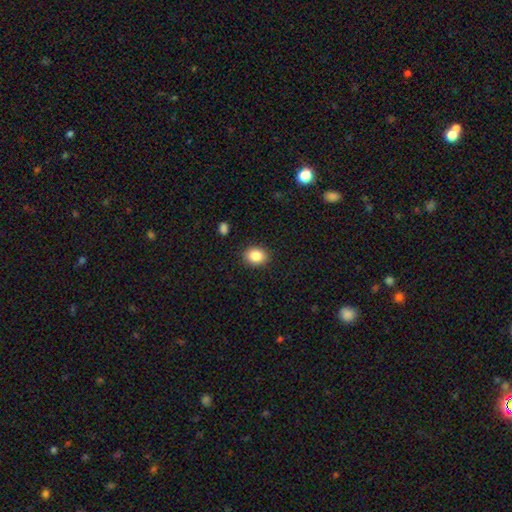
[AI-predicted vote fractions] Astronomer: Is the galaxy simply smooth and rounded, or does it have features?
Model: smooth — 86%.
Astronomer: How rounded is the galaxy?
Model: round — 50% (runner-up: in between, 49%).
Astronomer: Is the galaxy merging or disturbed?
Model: none — 89%.